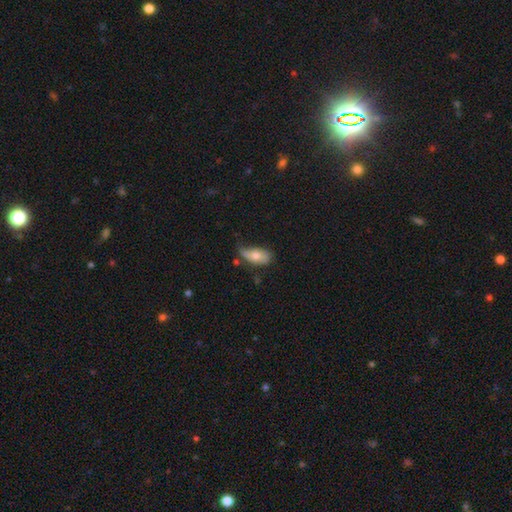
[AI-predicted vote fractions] Morphology: type=smooth (71%); roundness=in between (89%); merging=minor disturbance (41%).